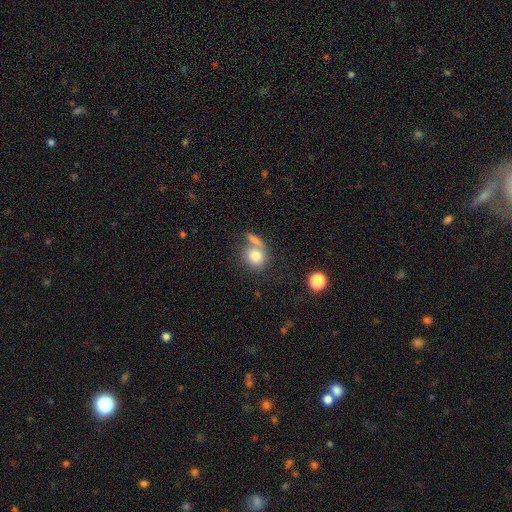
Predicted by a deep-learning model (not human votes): Smooth or featured? smooth (78%)
How rounded? round (75%)
Merging? none (48%)